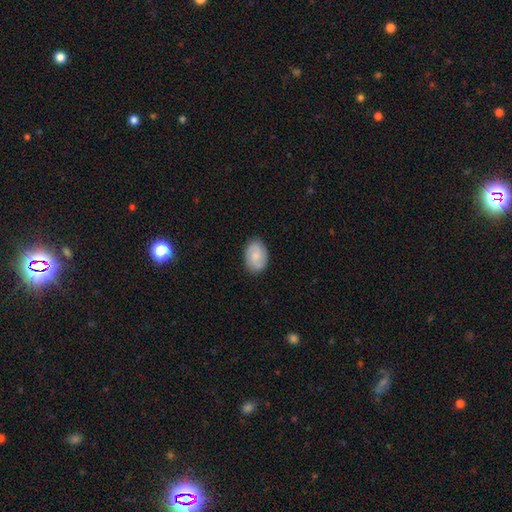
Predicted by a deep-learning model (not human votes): The model was most divided on "bulge size": small: 45%, moderate: 34%, none: 17%, large: 3%, dominant: 1%. More confident: edge-on disk — no (97%); spiral arms — yes (92%); merging — none (85%); bar — no (59%); smooth or featured — featured or disk (54%).